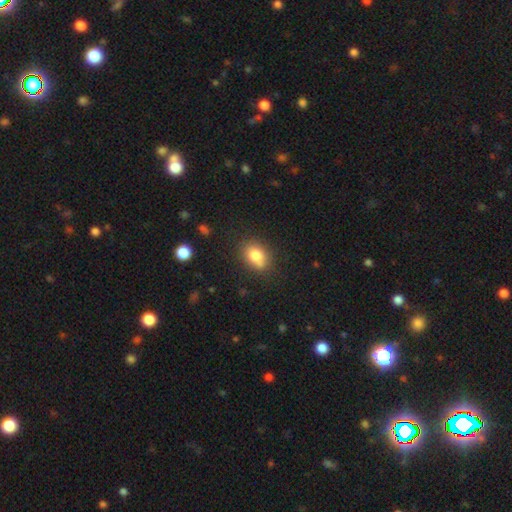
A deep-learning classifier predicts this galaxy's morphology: smooth_or_featured: smooth (p=0.80) [alt: featured or disk p=0.10]
how_rounded: in between (p=0.65) [alt: round p=0.33]
merging: none (p=0.69) [alt: minor disturbance p=0.18]